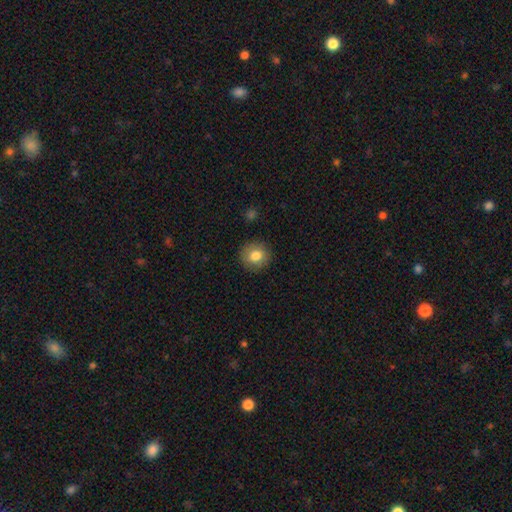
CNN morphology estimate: This appears to be a smooth galaxy with no disk features (80%) that is round (89%). Merging: none (90%).